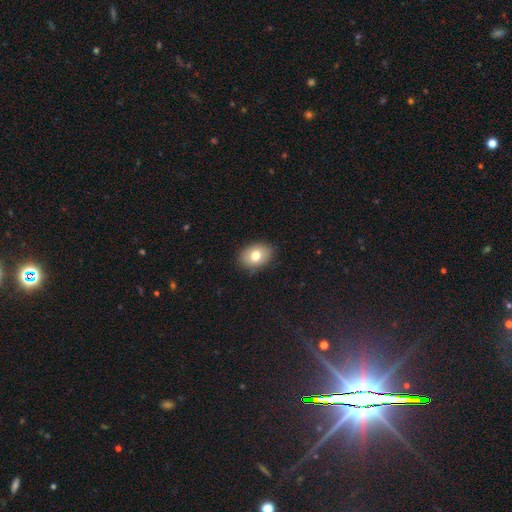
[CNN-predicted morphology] Smooth or featured? Predicted: smooth (p=0.76). How rounded? Predicted: in between (p=0.75). Merging? Predicted: none (p=0.84).